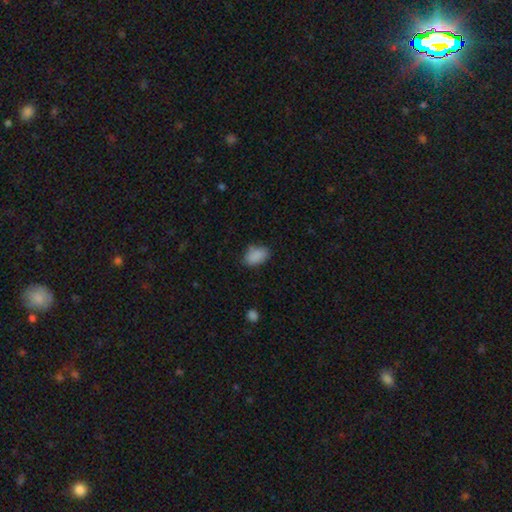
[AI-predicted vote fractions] A smooth galaxy with no disk features (87%) that is in between round and cigar-shaped (90%). Merging: none (75%).